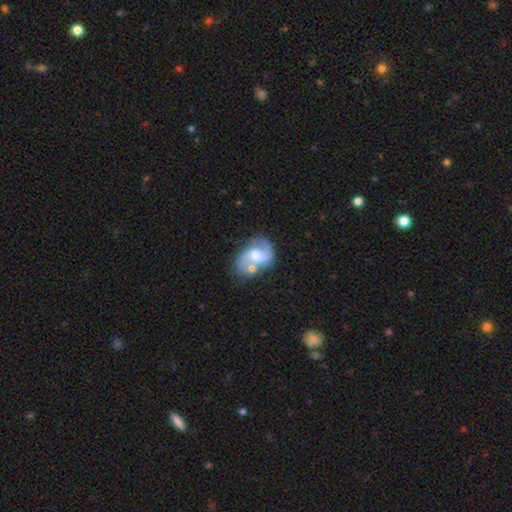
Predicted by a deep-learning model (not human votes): Morphology: type=featured or disk (75%); edge-on=no (97%); bar=weak (45%); spiral arms=yes (88%); winding=medium (48%); arm count=2 (84%); bulge=moderate (63%); merging=none (47%).